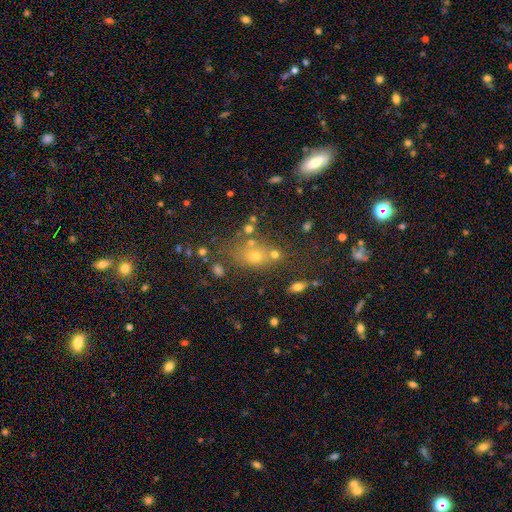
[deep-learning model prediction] smooth_or_featured: smooth (p=0.56) [alt: star or artifact p=0.29]
how_rounded: in between (p=0.49) [alt: round p=0.48]
merging: none (p=0.61) [alt: merger p=0.18]